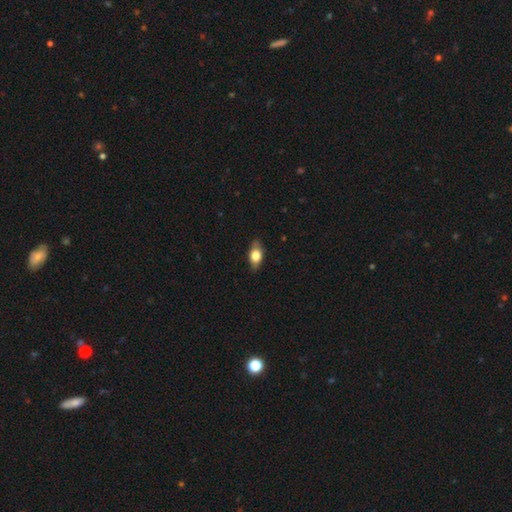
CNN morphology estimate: Smooth or featured? Predicted: smooth (p=0.71). How rounded? Predicted: in between (p=0.83). Merging? Predicted: none (p=0.81).